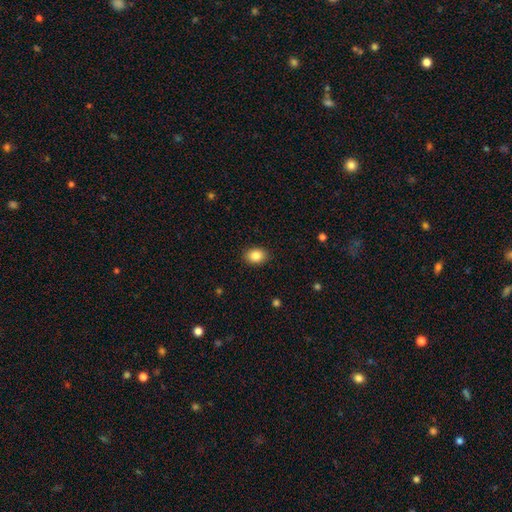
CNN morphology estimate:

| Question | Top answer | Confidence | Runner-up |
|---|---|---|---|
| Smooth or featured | smooth | 87% | star or artifact (8%) |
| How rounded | in between | 70% | round (29%) |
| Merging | none | 89% | minor disturbance (8%) |